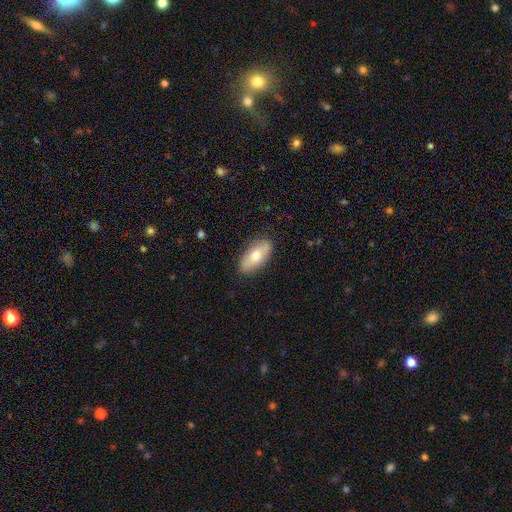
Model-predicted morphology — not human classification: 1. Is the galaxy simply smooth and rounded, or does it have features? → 67% smooth, 27% featured or disk, 6% star or artifact.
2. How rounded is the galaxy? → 88% in between, 9% cigar-shaped, 3% round.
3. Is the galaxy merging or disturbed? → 85% none, 11% minor disturbance, 2% major disturbance, 1% merger.